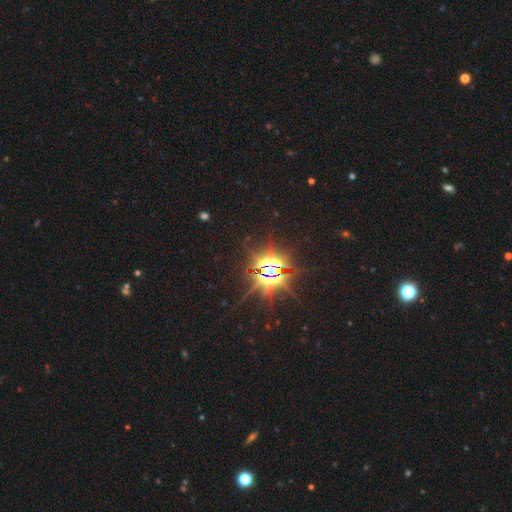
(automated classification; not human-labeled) A star or artifact, not a galaxy (85%).

Vote fractions:
- Smooth or featured? star or artifact: 85% / smooth: 10% / featured or disk: 5%